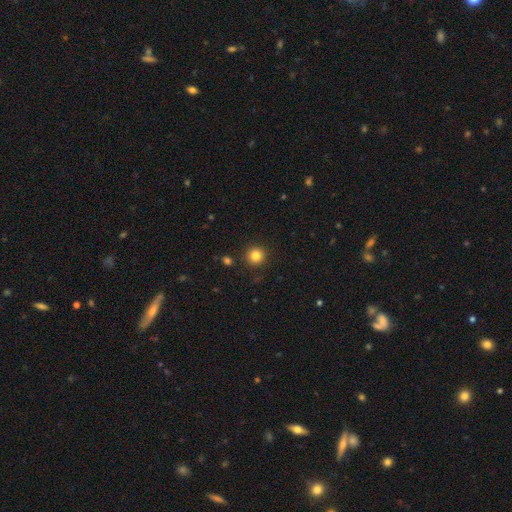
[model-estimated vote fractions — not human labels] smooth 83%, star or artifact 12%, featured or disk 6%. Down the decision tree: how rounded — round (94%); merging — none (90%).